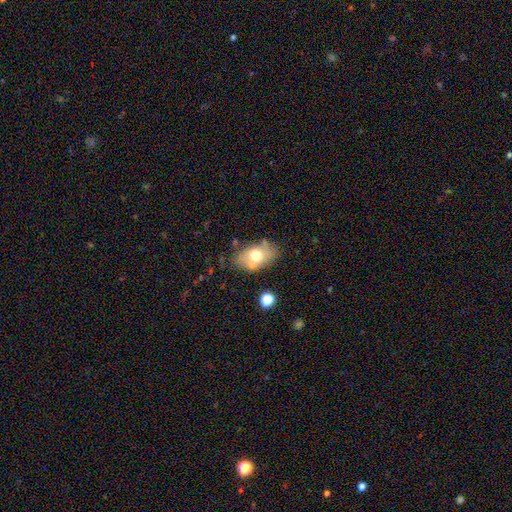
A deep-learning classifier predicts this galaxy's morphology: Smooth or featured: smooth — 63% (featured or disk — 28%)
How rounded: in between — 88% (round — 11%)
Merging: none — 67% (minor disturbance — 19%)